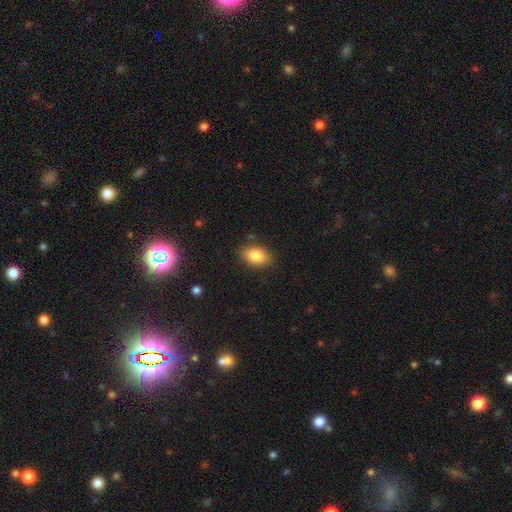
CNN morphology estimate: Smooth or featured?
  - smooth: 84% *
  - star or artifact: 8%
  - featured or disk: 8%
How rounded?
  - in between: 87% *
  - round: 11%
  - cigar-shaped: 2%
Merging?
  - none: 84% *
  - minor disturbance: 12%
  - major disturbance: 3%
  - merger: 2%